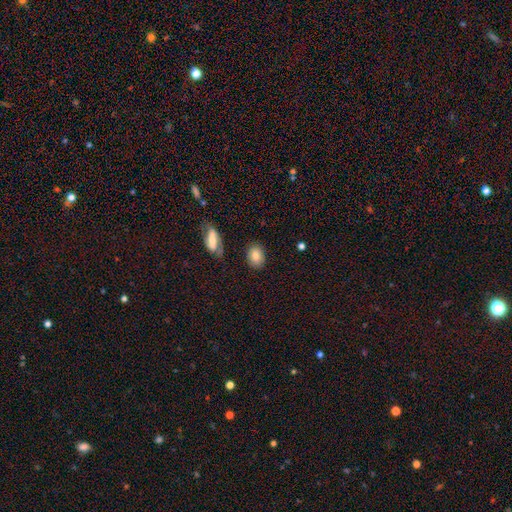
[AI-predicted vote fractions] Overall: smooth (80%). How rounded: in between (64%; round 35%). Merging: none (83%).